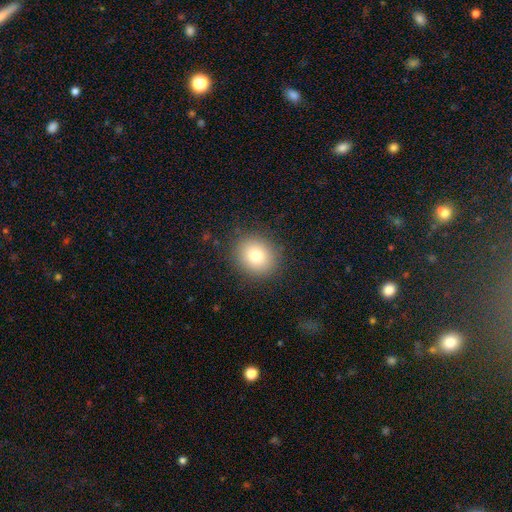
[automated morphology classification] Smooth or featured? smooth (79%)
How rounded? round (77%)
Merging? none (88%)